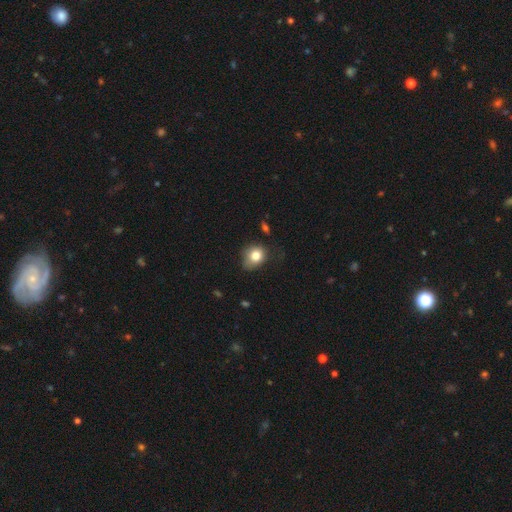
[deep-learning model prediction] This appears to be a smooth galaxy with no disk features (79%) that is round (59%). Merging: none (50%).